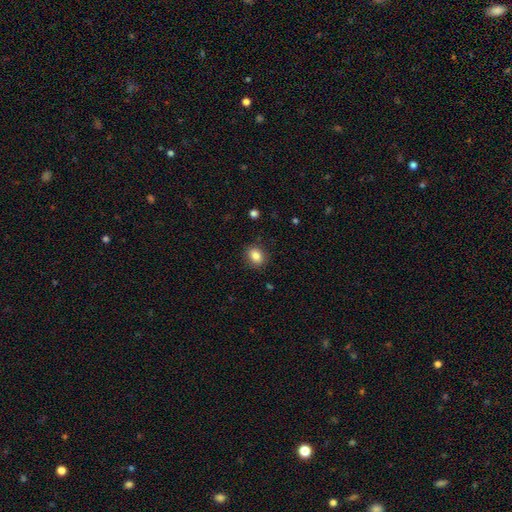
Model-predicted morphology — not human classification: A smooth galaxy with no disk features (84%) that is in between round and cigar-shaped (52%). Merging: none (88%).